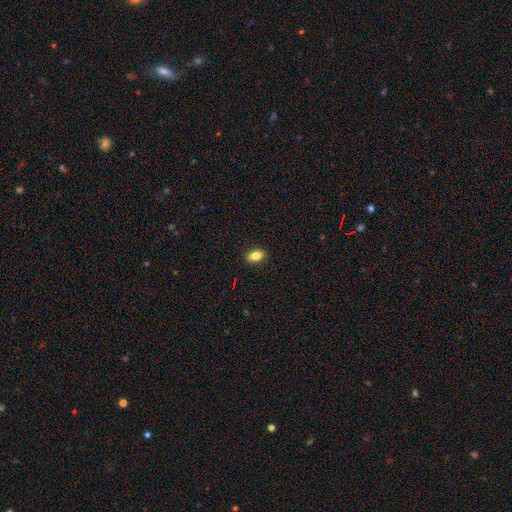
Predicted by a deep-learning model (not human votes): Smooth or featured? Predicted: smooth (p=0.81). How rounded? Predicted: in between (p=0.85). Merging? Predicted: none (p=0.90).